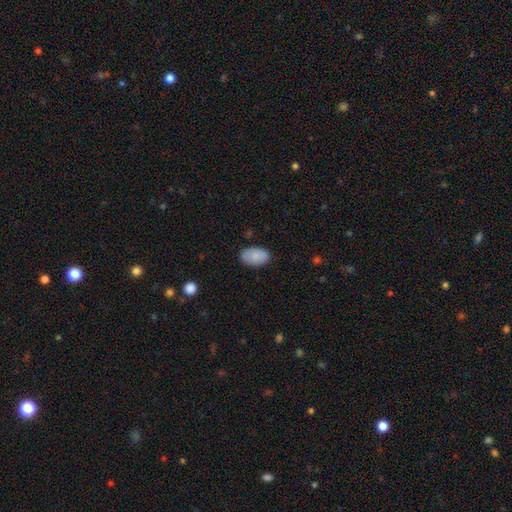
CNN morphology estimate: Overall: smooth (84%). How rounded: in between (93%). Merging: none (83%).